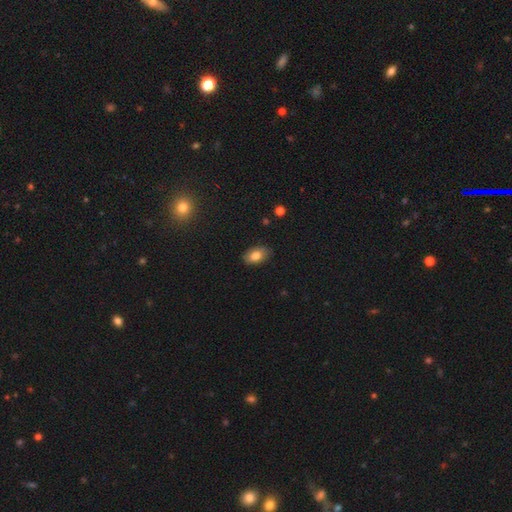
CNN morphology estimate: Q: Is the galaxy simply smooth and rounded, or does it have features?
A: smooth — 81%.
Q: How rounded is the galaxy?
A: in between — 92%.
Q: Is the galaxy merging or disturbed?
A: none — 85%.